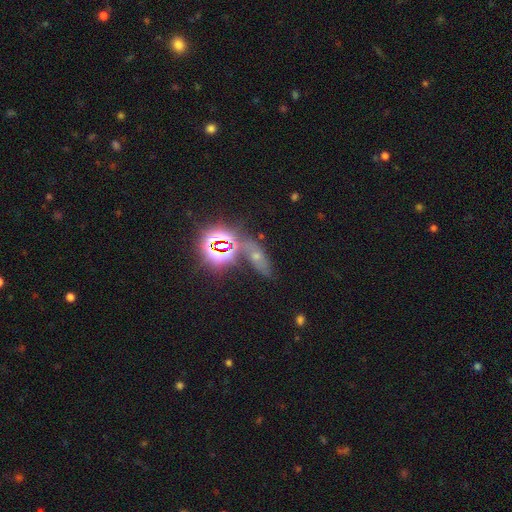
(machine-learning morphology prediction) type=star or artifact (44%).